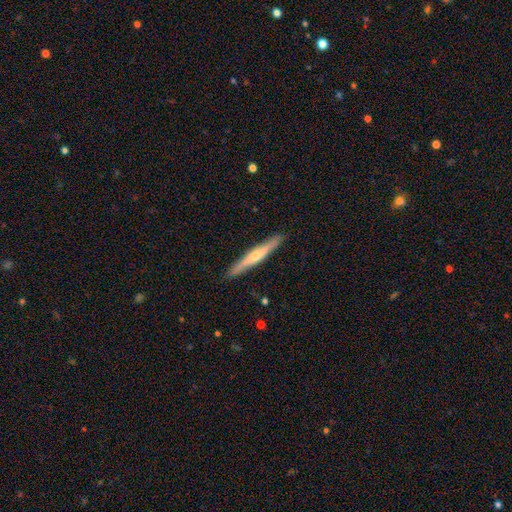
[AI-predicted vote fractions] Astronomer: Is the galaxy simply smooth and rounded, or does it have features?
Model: featured or disk — 56% (runner-up: smooth, 39%).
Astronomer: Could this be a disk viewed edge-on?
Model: yes — 95%.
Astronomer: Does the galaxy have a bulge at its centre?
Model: rounded — 70%.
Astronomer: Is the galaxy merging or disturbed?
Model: none — 91%.